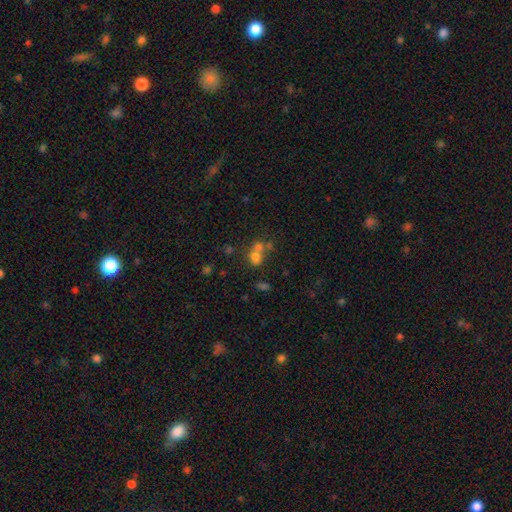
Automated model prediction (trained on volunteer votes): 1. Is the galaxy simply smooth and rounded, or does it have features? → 62% smooth, 21% star or artifact, 16% featured or disk.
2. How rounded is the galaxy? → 59% round, 39% in between, 2% cigar-shaped.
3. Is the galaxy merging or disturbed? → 52% merger, 35% none, 8% minor disturbance, 5% major disturbance.